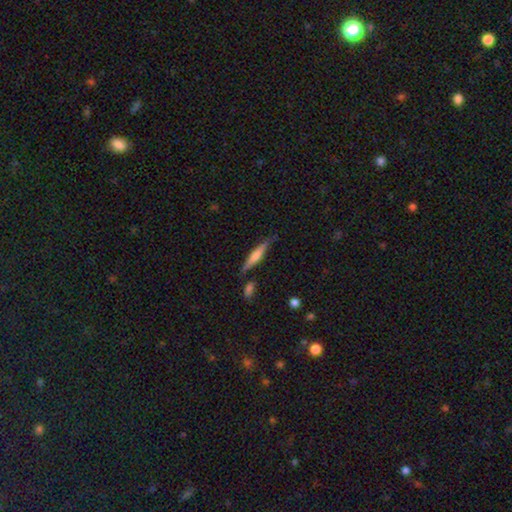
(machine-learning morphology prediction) smooth_or_featured: featured or disk (p=0.51) [alt: smooth p=0.42]
disk_edge_on: yes (p=0.96) [alt: no p=0.04]
merging: none (p=0.79) [alt: minor disturbance p=0.12]